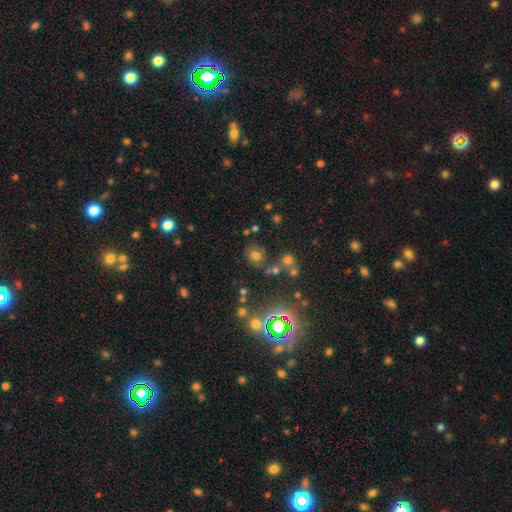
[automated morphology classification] smooth 60%, star or artifact 26%, featured or disk 14%. Down the decision tree: how rounded — round (73%); merging — none (70%).